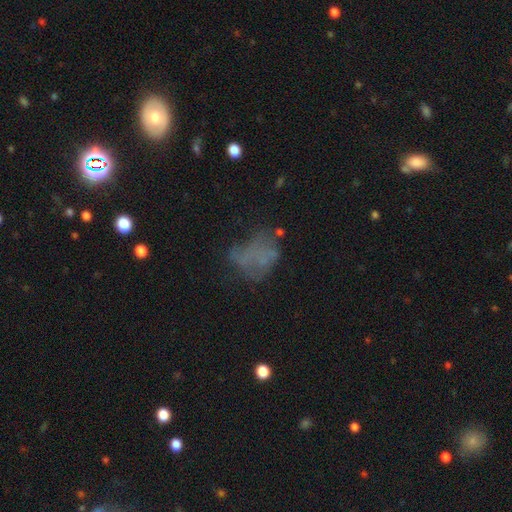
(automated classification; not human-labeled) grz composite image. It shows a smooth galaxy with no disk features (43%). Merging: none (39%).